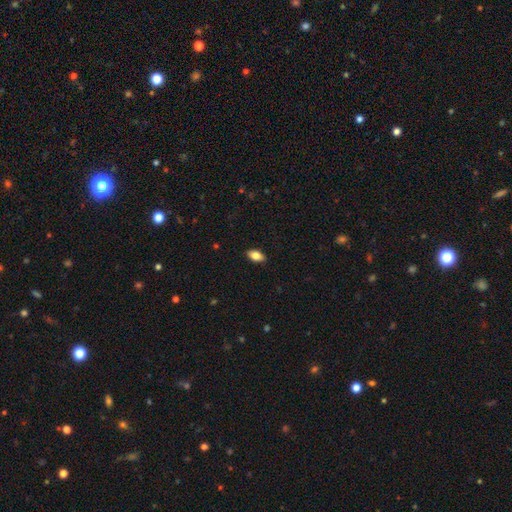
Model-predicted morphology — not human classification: This is clearly a smooth galaxy (81%). How rounded: clearly in between (91%). Merging: clearly none (89%).